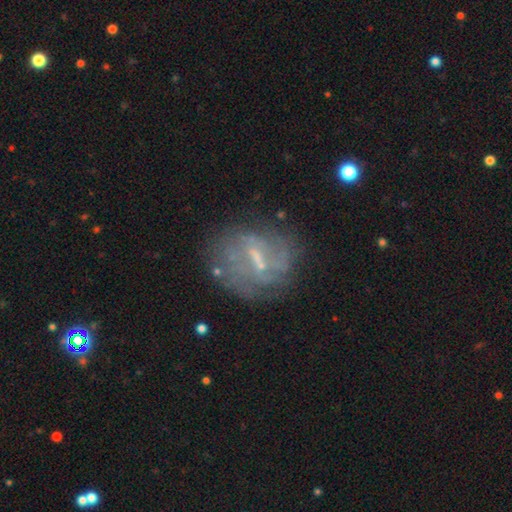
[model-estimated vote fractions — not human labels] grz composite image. It shows a featured or disk galaxy (68%) with a weak bar (49%), spiral arms (58%) and a small central bulge (48%). Merging: none (64%).